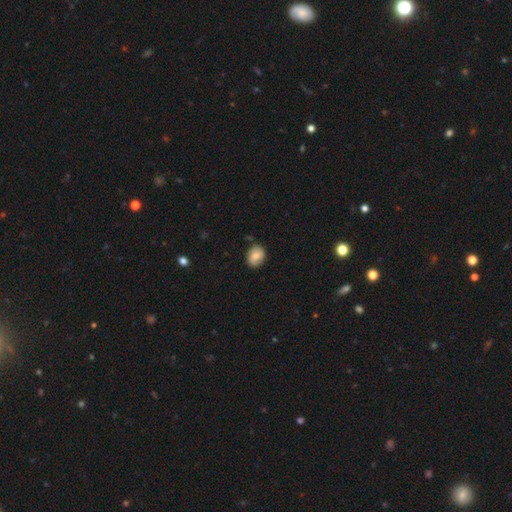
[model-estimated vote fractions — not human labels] Smooth or featured? smooth (73%)
How rounded? in between (51%)
Merging? none (78%)